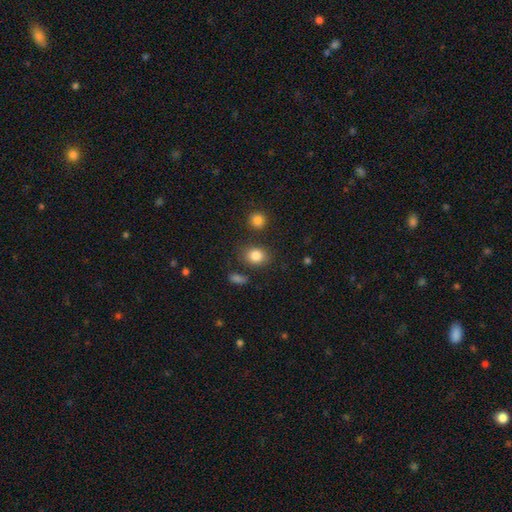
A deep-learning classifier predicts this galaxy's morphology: Q: Smooth or featured?
A: smooth (84%); runner-up: star or artifact (10%)
Q: How rounded?
A: round (55%); runner-up: in between (44%)
Q: Merging?
A: none (79%); runner-up: minor disturbance (12%)